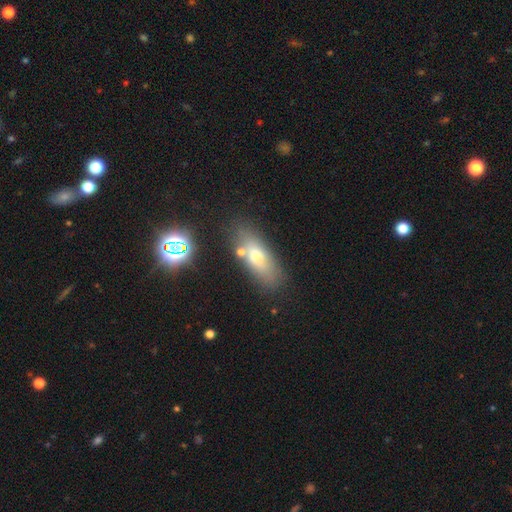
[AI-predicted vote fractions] Smooth or featured? Predicted: smooth (p=0.61). How rounded? Predicted: in between (p=0.64). Merging? Predicted: none (p=0.75).